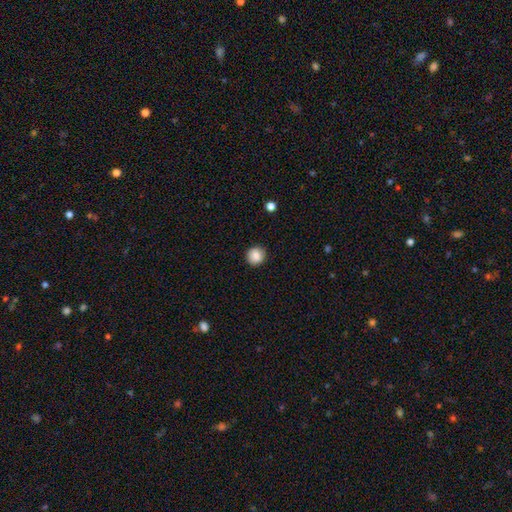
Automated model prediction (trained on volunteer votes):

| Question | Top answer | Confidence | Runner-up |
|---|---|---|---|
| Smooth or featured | smooth | 86% | star or artifact (9%) |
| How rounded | round | 92% | in between (7%) |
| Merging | none | 90% | minor disturbance (7%) |